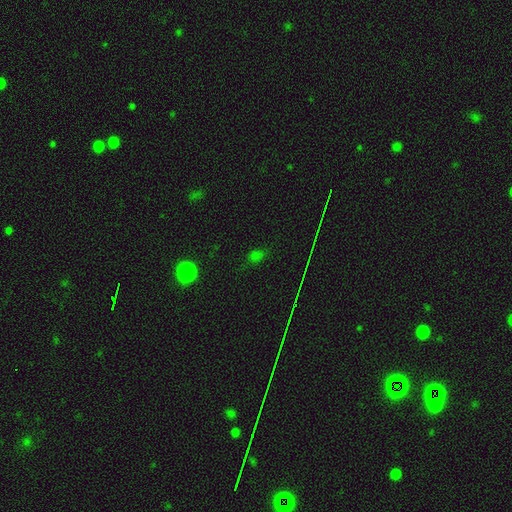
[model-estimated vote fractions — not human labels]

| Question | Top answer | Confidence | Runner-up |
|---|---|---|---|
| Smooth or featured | star or artifact | 47% | smooth (46%) |